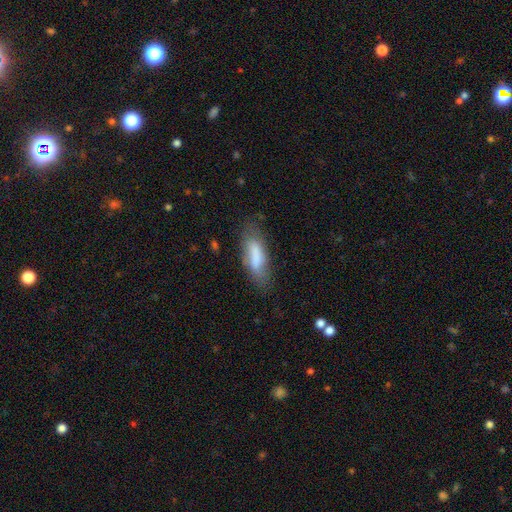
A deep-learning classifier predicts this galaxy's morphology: Smooth or featured: smooth — 71% (featured or disk — 21%)
How rounded: in between — 55% (cigar-shaped — 43%)
Merging: none — 66% (minor disturbance — 23%)